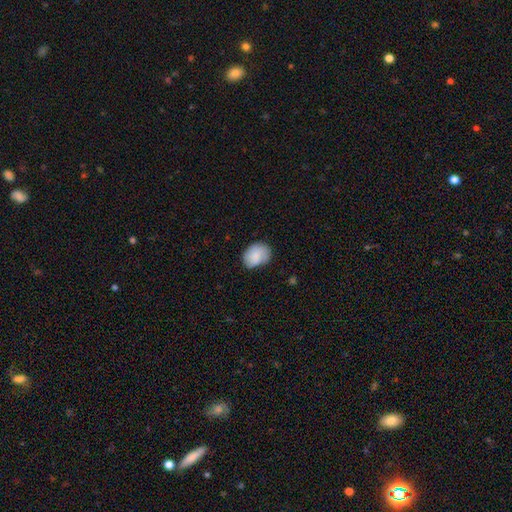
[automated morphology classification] Smooth or featured?
  - smooth: 84% *
  - featured or disk: 10%
  - star or artifact: 7%
How rounded?
  - in between: 61% *
  - round: 38%
  - cigar-shaped: 1%
Merging?
  - none: 65% *
  - minor disturbance: 27%
  - major disturbance: 6%
  - merger: 2%